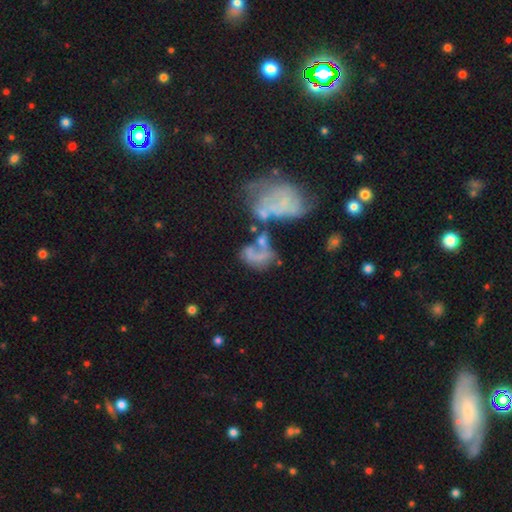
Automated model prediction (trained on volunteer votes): Q: Smooth or featured?
A: featured or disk (51%); runner-up: smooth (36%)
Q: Edge-on disk?
A: no (97%); runner-up: yes (3%)
Q: Merging?
A: merger (41%); runner-up: major disturbance (30%)